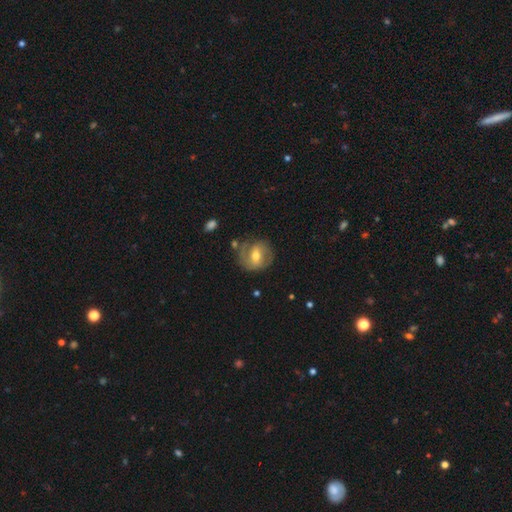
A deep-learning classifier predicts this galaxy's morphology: featured or disk 57%, smooth 37%, star or artifact 7%. Down the decision tree: edge-on disk — no (95%); bar — weak (47%); spiral arms — yes (66%); bulge size — moderate (73%); merging — none (67%).